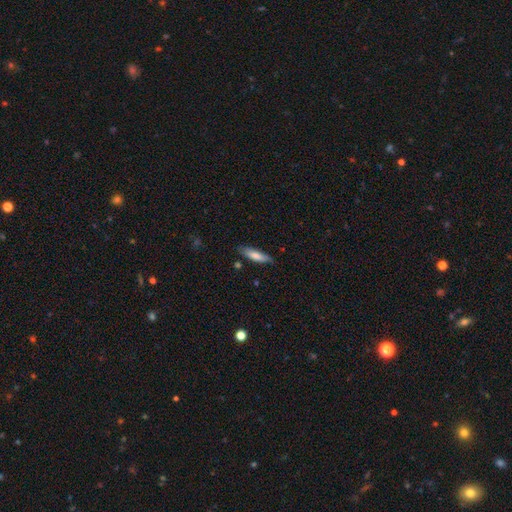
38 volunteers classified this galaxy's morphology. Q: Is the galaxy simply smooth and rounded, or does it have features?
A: smooth — 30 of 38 (79%).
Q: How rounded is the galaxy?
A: in between — 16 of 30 (53%).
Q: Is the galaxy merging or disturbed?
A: none — 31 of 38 (82%).